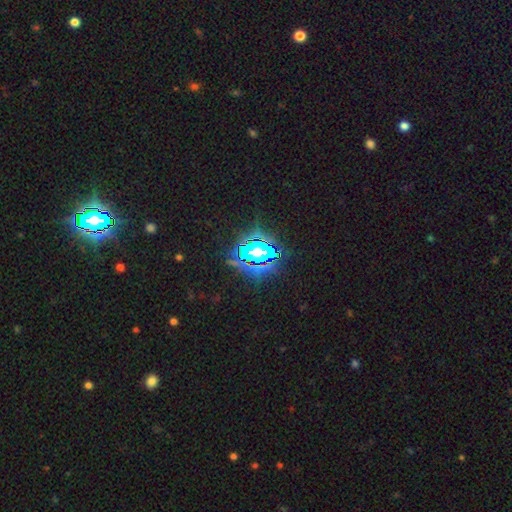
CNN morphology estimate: Overall: star or artifact (63%).